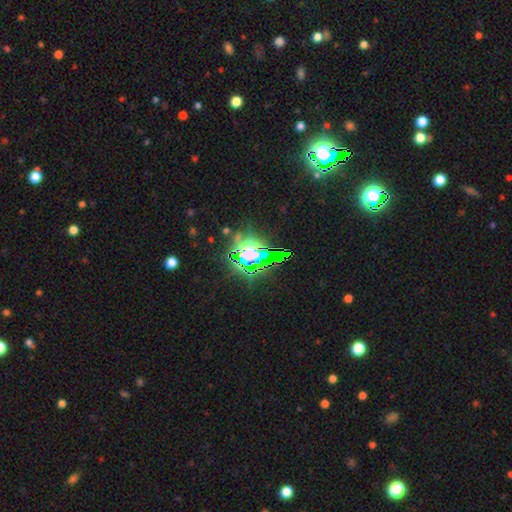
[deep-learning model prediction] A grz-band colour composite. It shows a star or artifact, not a galaxy (77%).